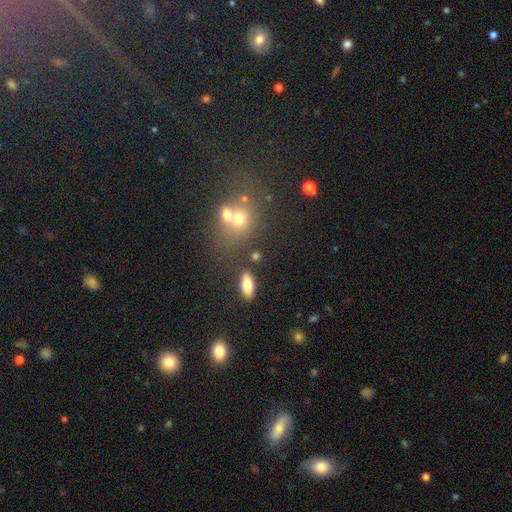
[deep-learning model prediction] Overall: smooth (62%). How rounded: in between (60%; round 31%). Merging: none (57%; merger 24%).